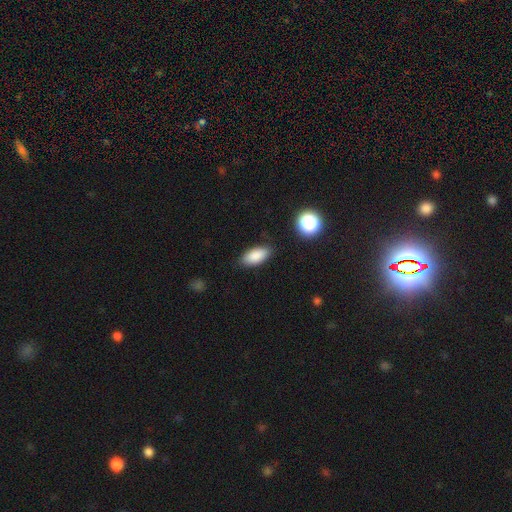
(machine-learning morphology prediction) This is clearly a smooth galaxy (86%). How rounded: clearly in between (88%). Merging: clearly none (84%).